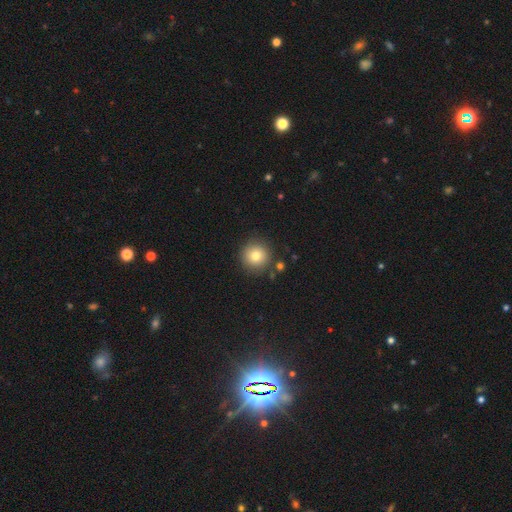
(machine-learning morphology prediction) smooth-or-featured: smooth: 78% | star or artifact: 12% | featured or disk: 10%
  how-rounded: round: 95% | in between: 4% | cigar-shaped: 1%
  merging: none: 86% | minor disturbance: 8% | merger: 4% | major disturbance: 3%